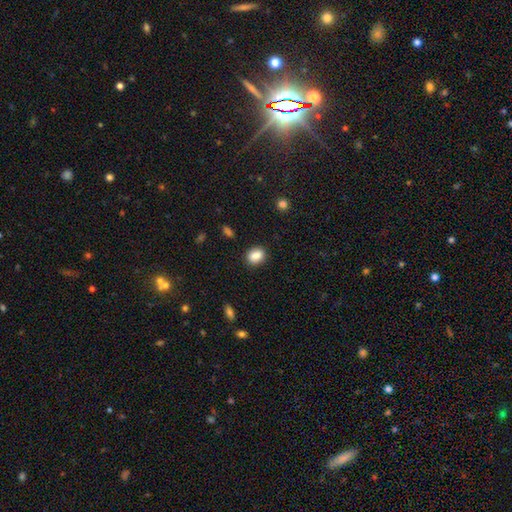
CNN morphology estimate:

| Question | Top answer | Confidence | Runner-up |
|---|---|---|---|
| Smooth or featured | smooth | 87% | star or artifact (9%) |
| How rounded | in between | 53% | round (46%) |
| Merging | none | 87% | minor disturbance (9%) |